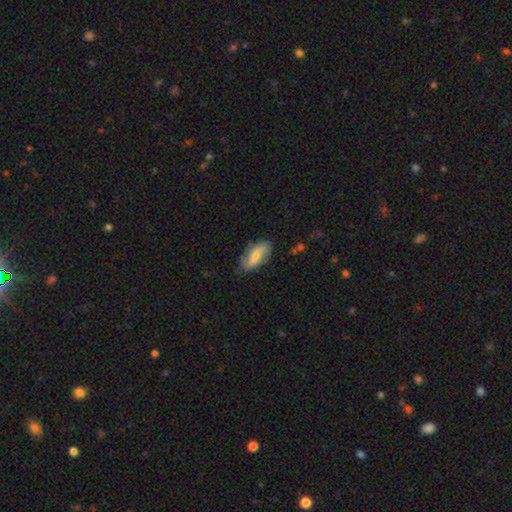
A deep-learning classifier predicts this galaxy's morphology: This appears to be a smooth galaxy with no disk features (48%). Merging: none (74%).